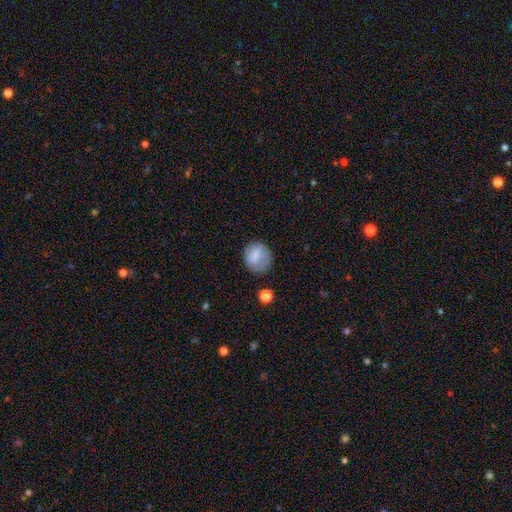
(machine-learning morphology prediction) Smooth or featured: smooth — 78% (featured or disk — 13%)
How rounded: round — 76% (in between — 23%)
Merging: none — 71% (minor disturbance — 19%)